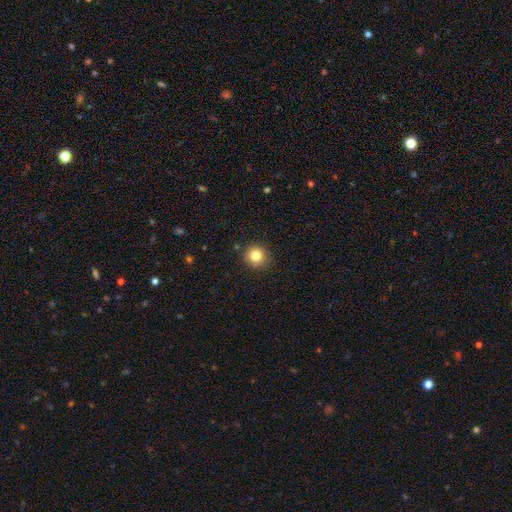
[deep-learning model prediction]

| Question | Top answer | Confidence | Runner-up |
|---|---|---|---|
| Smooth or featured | smooth | 82% | star or artifact (12%) |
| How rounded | round | 91% | in between (8%) |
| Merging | none | 89% | minor disturbance (8%) |